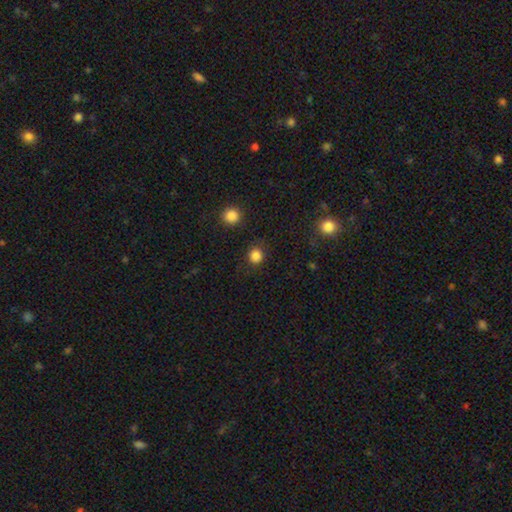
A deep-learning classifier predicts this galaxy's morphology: smooth_or_featured: smooth (p=0.84) [alt: star or artifact p=0.12]
how_rounded: round (p=0.86) [alt: in between p=0.13]
merging: none (p=0.85) [alt: minor disturbance p=0.10]